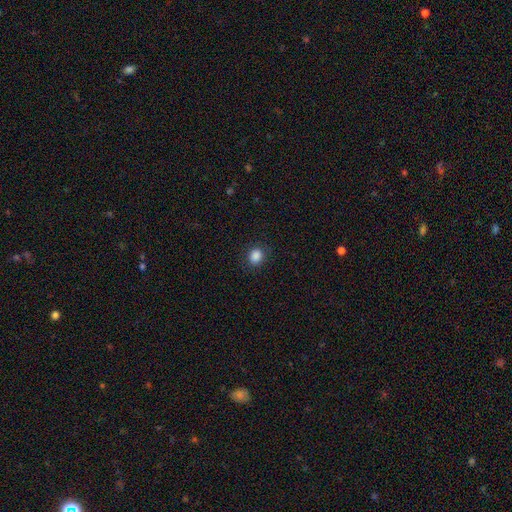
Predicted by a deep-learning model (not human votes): Morphology: type=smooth (87%); roundness=round (70%); merging=none (88%).